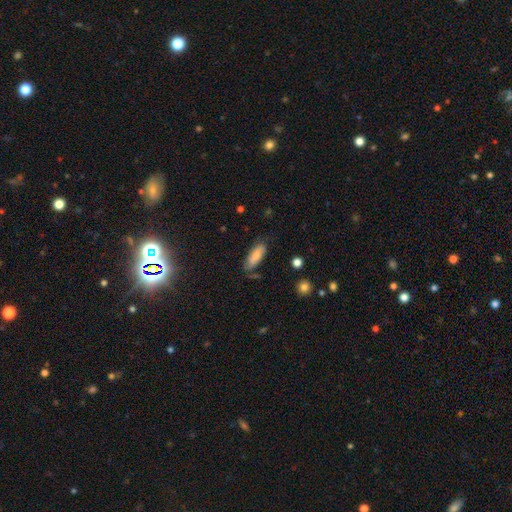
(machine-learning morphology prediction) Smooth or featured? Predicted: smooth (p=0.74). How rounded? Predicted: in between (p=0.75). Merging? Predicted: none (p=0.65).